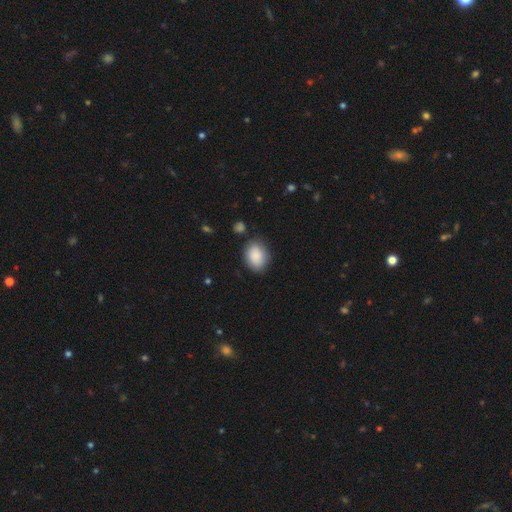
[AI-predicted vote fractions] Smooth or featured? Predicted: smooth (p=0.88). How rounded? Predicted: in between (p=0.67). Merging? Predicted: none (p=0.80).